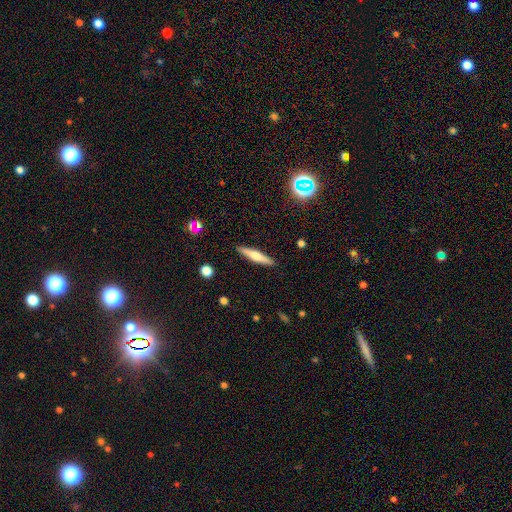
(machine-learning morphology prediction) The model was most divided on "smooth or featured": smooth: 49%, featured or disk: 44%, star or artifact: 7%. More confident: merging — none (90%).